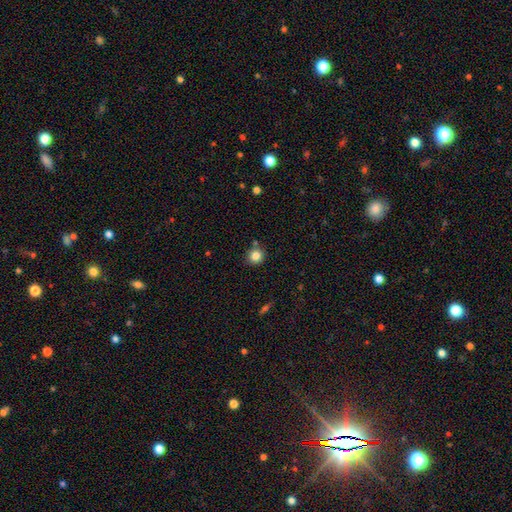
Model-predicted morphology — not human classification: type=smooth (83%); roundness=round (92%); merging=none (83%).